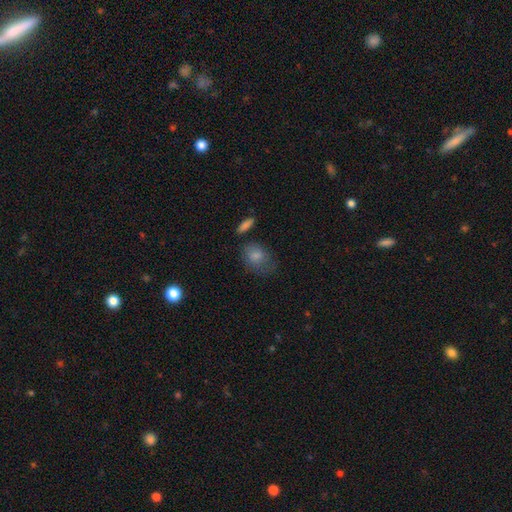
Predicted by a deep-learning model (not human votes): A smooth galaxy with no disk features (81%) that is in between round and cigar-shaped (71%).

Vote fractions:
- Smooth or featured? smooth: 81% / featured or disk: 11% / star or artifact: 8%
- How rounded? in between: 71% / round: 27% / cigar-shaped: 2%
- Merging? none: 48% / minor disturbance: 30% / major disturbance: 16% / merger: 6%